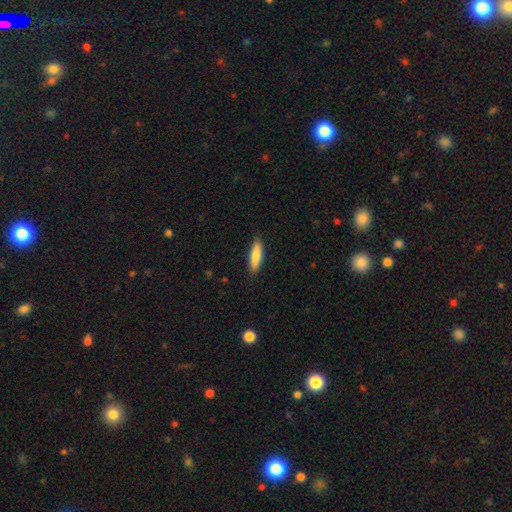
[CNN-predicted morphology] smooth_or_featured: smooth (p=0.84) [alt: featured or disk p=0.10]
how_rounded: cigar-shaped (p=0.65) [alt: in between p=0.33]
merging: none (p=0.89) [alt: minor disturbance p=0.08]